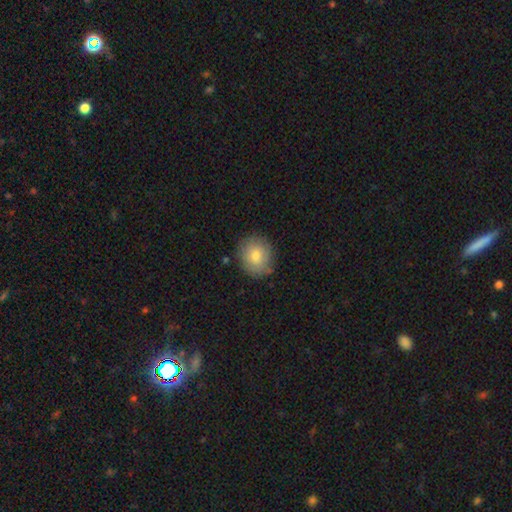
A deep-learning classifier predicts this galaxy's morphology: Overall: smooth (79%). How rounded: round (71%). Merging: none (82%).